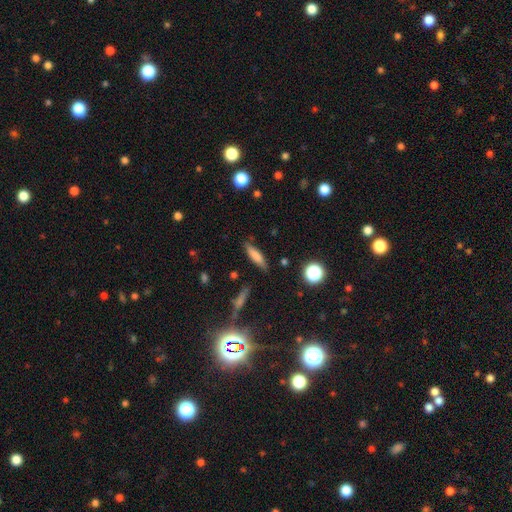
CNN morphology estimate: Overall: smooth (75%). How rounded: cigar-shaped (67%; in between 30%). Merging: none (82%).